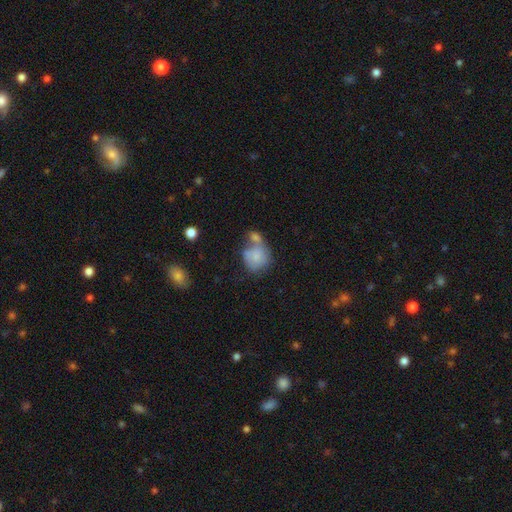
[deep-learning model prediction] A smooth galaxy with no disk features (73%) that is round (70%). Merging: merger (49%).